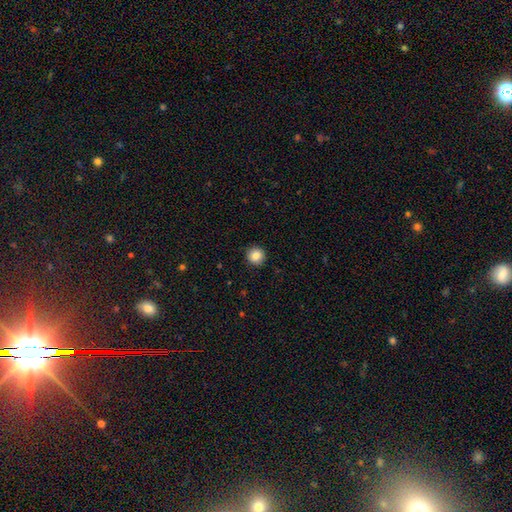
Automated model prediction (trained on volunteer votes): Smooth or featured? smooth (86%)
How rounded? round (95%)
Merging? none (92%)